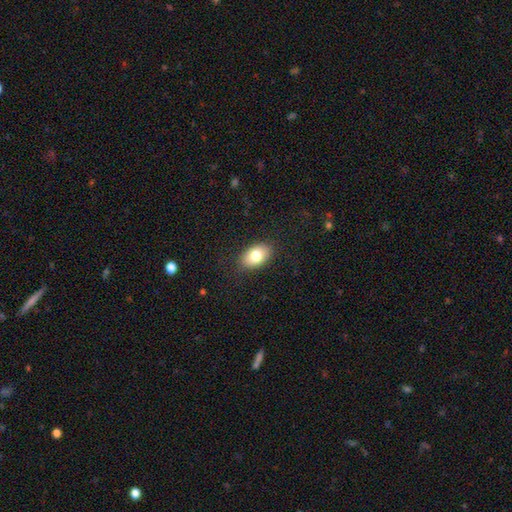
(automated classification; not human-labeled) Overall: smooth (80%). How rounded: in between (90%). Merging: none (86%).